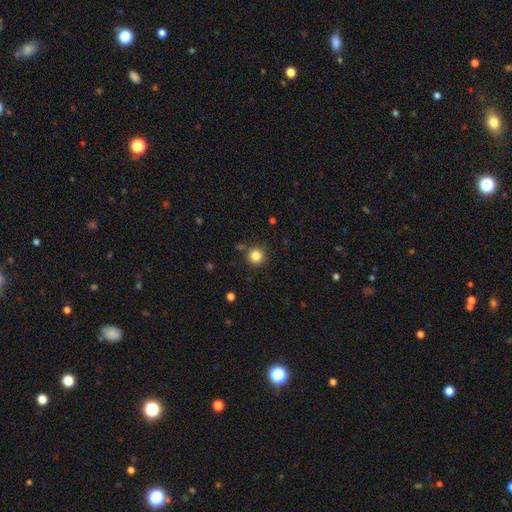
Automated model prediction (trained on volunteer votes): smooth_or_featured: smooth (p=0.84) [alt: star or artifact p=0.12]
how_rounded: round (p=0.94) [alt: in between p=0.05]
merging: none (p=0.87) [alt: minor disturbance p=0.07]